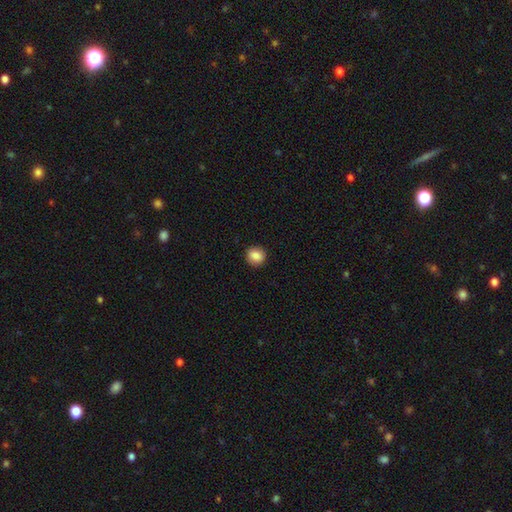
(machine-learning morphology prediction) smooth-or-featured: smooth: 87% | star or artifact: 9% | featured or disk: 4%
  how-rounded: round: 88% | in between: 11% | cigar-shaped: 1%
  merging: none: 91% | minor disturbance: 6% | major disturbance: 2% | merger: 1%